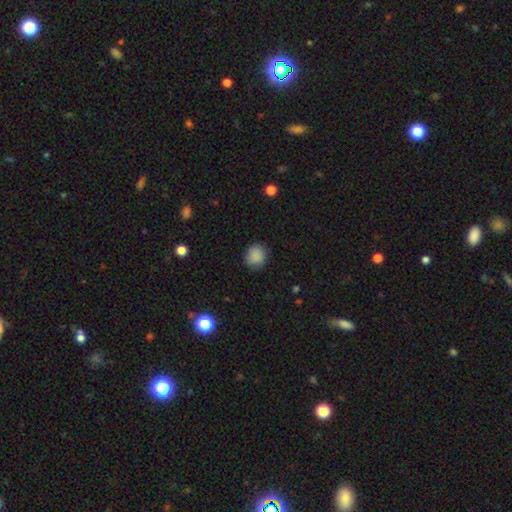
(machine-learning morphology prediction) smooth 87%, star or artifact 9%, featured or disk 4%. Down the decision tree: how rounded — round (80%); merging — none (82%).